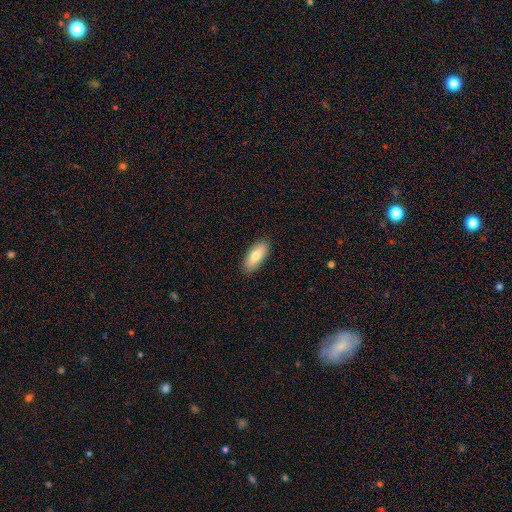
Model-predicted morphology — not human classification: smooth_or_featured: smooth (p=0.75) [alt: featured or disk p=0.19]
how_rounded: in between (p=0.81) [alt: cigar-shaped p=0.16]
merging: none (p=0.89) [alt: minor disturbance p=0.08]